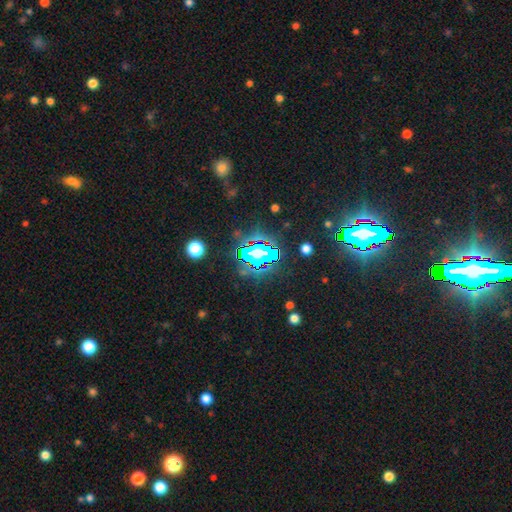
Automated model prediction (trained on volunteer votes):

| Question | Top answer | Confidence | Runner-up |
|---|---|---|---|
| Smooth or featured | star or artifact | 80% | smooth (11%) |